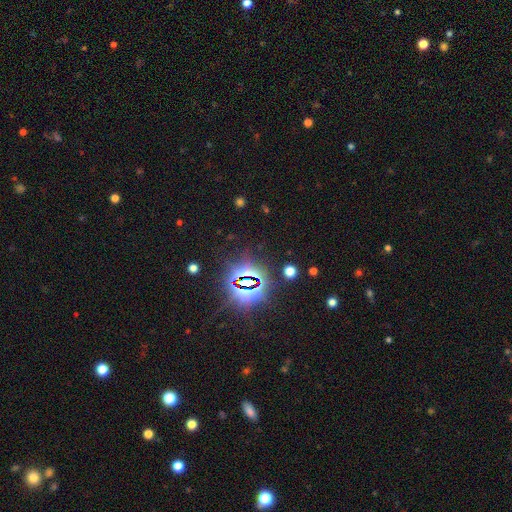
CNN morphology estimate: Smooth or featured? Predicted: star or artifact (p=0.83).